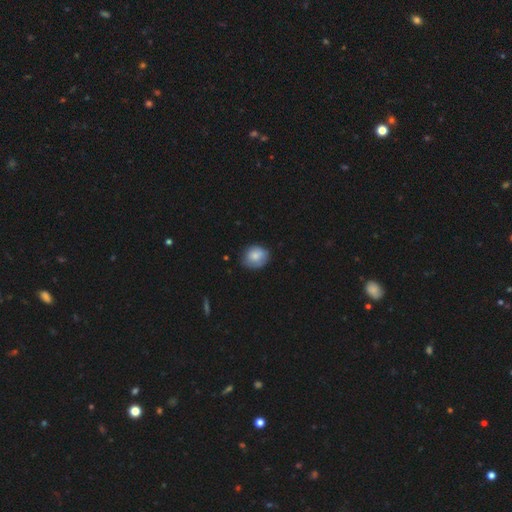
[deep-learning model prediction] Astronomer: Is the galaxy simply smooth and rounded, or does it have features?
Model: smooth — 79%.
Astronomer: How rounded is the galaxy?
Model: round — 65%.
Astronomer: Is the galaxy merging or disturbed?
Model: none — 70%.